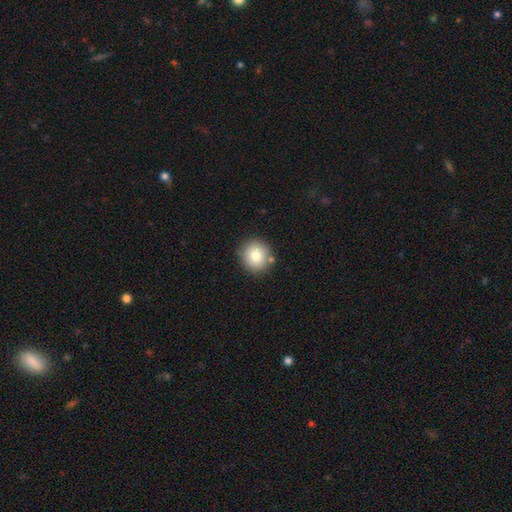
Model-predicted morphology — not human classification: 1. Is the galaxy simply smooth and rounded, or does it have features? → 80% smooth, 11% featured or disk, 10% star or artifact.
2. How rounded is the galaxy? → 88% round, 11% in between, 1% cigar-shaped.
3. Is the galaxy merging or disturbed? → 81% none, 10% minor disturbance, 6% merger, 3% major disturbance.